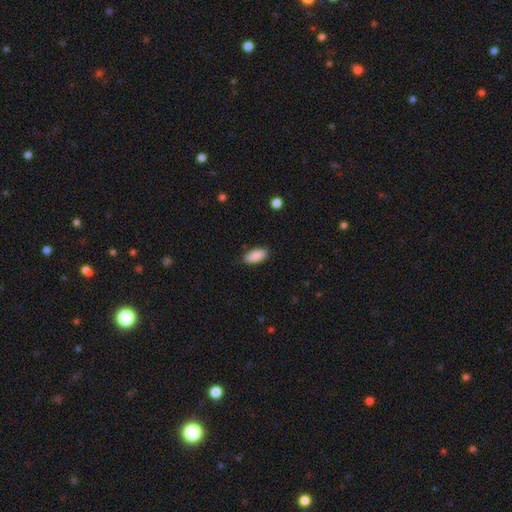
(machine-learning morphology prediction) A smooth galaxy with no disk features (89%) that is in between round and cigar-shaped (90%). Merging: none (85%).